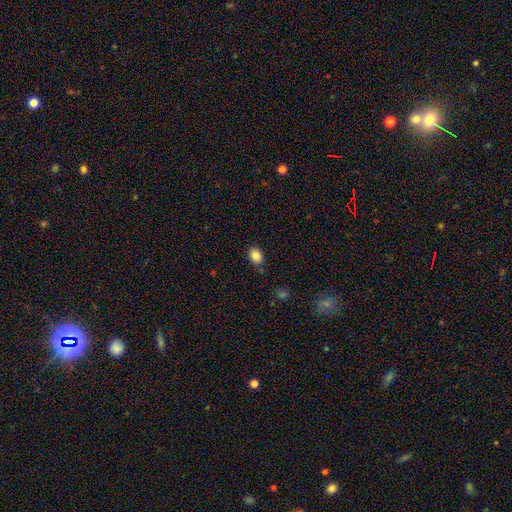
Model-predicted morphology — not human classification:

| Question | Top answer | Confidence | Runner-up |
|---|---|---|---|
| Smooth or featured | smooth | 86% | star or artifact (9%) |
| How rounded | in between | 68% | round (31%) |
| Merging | none | 82% | minor disturbance (13%) |